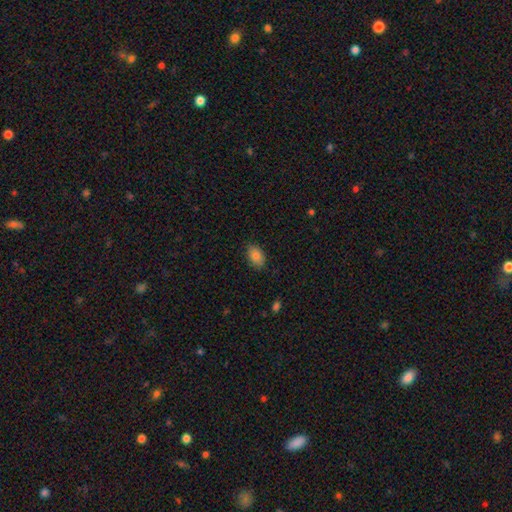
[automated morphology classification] smooth_or_featured: smooth (p=0.84) [alt: star or artifact p=0.08]
how_rounded: in between (p=0.86) [alt: round p=0.13]
merging: none (p=0.80) [alt: minor disturbance p=0.16]